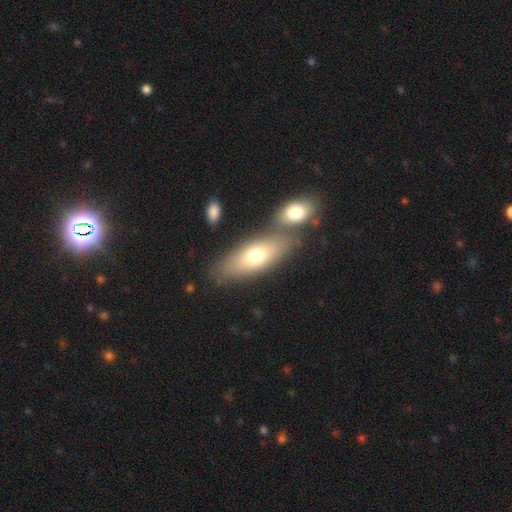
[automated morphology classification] A smooth galaxy with no disk features (68%) that is in between round and cigar-shaped (72%). Merging: none (57%).